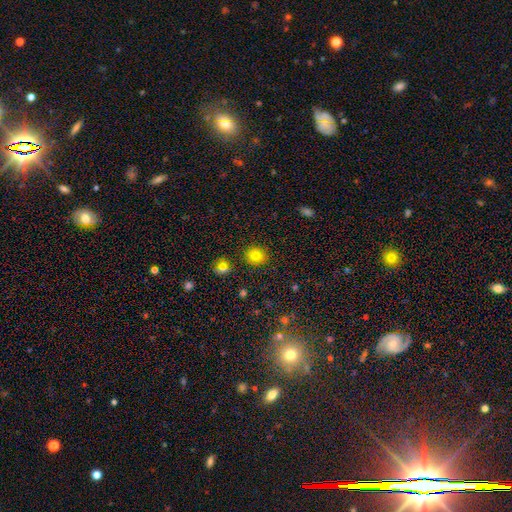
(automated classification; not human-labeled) Smooth or featured?
  - smooth: 80% *
  - star or artifact: 13%
  - featured or disk: 7%
How rounded?
  - round: 77% *
  - in between: 22%
  - cigar-shaped: 1%
Merging?
  - none: 88% *
  - minor disturbance: 7%
  - merger: 3%
  - major disturbance: 2%